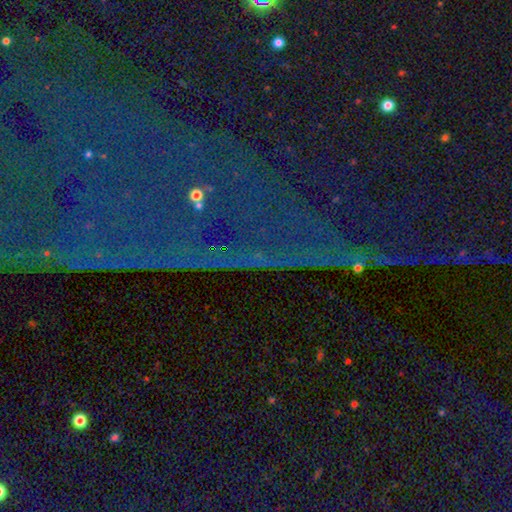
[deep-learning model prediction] smooth_or_featured: star or artifact (p=0.86) [alt: featured or disk p=0.07]